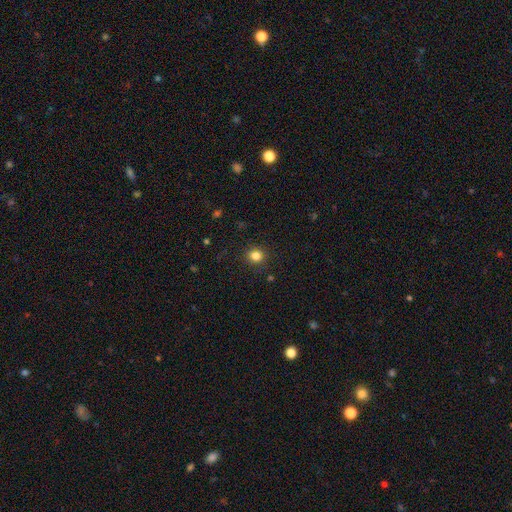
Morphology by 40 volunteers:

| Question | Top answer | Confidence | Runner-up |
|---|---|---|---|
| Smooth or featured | smooth | 88% | featured or disk (10%) |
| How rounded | round | 94% | in between (6%) |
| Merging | none | 90% | merger (8%) |